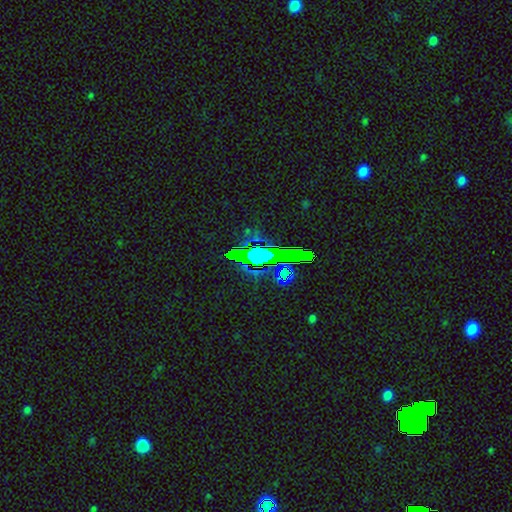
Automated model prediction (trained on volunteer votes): Smooth or featured? star or artifact (69%)